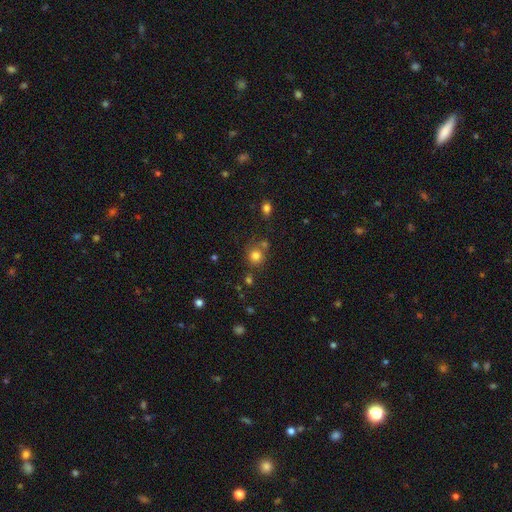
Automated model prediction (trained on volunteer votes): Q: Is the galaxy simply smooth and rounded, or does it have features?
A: smooth — 78%.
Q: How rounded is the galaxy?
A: round — 88%.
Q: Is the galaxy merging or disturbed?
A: none — 68%.